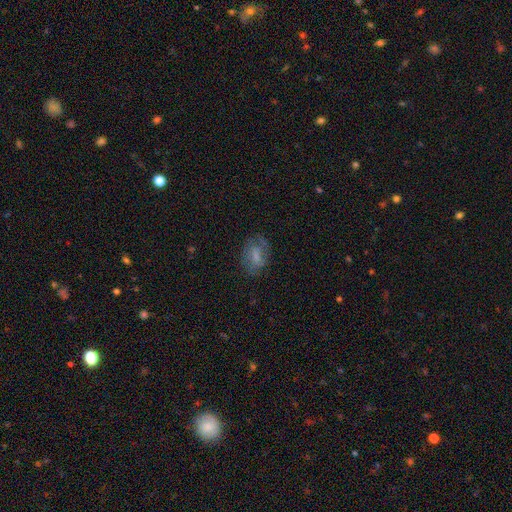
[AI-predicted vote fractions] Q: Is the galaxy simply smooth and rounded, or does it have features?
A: smooth — 58%.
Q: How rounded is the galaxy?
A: in between — 79%.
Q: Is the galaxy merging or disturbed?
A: none — 63%.